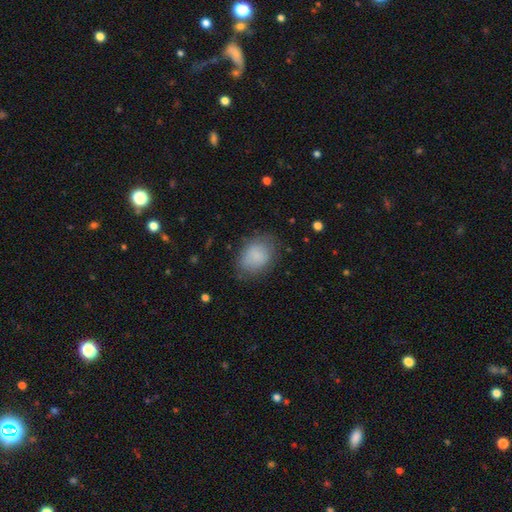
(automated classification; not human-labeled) smooth_or_featured: smooth (p=0.83) [alt: featured or disk p=0.09]
how_rounded: in between (p=0.69) [alt: round p=0.30]
merging: none (p=0.72) [alt: minor disturbance p=0.20]